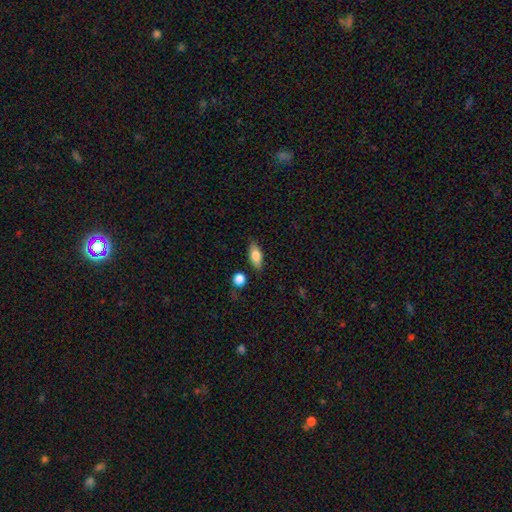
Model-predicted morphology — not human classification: Q: Smooth or featured?
A: smooth (79%); runner-up: featured or disk (13%)
Q: How rounded?
A: in between (83%); runner-up: cigar-shaped (13%)
Q: Merging?
A: none (80%); runner-up: minor disturbance (13%)